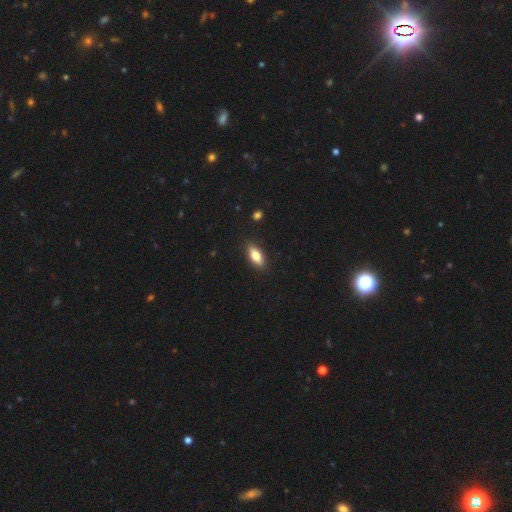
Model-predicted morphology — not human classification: Smooth or featured?
  - smooth: 74% *
  - featured or disk: 19%
  - star or artifact: 7%
How rounded?
  - in between: 76% *
  - cigar-shaped: 20%
  - round: 3%
Merging?
  - none: 88% *
  - minor disturbance: 9%
  - major disturbance: 2%
  - merger: 1%